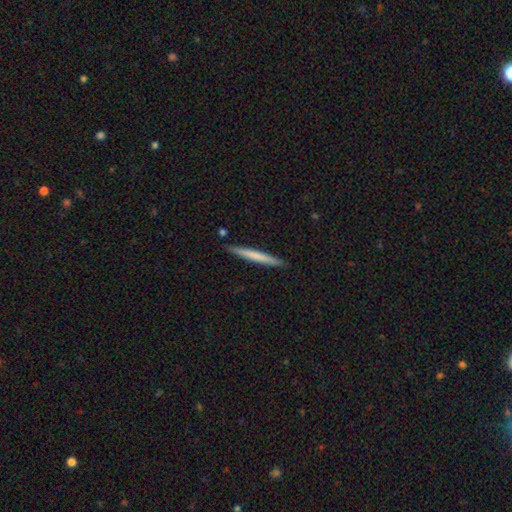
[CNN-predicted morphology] Smooth or featured?
  - smooth: 63% *
  - featured or disk: 32%
  - star or artifact: 5%
How rounded?
  - cigar-shaped: 97% *
  - in between: 2%
  - round: 1%
Merging?
  - none: 91% *
  - minor disturbance: 7%
  - merger: 1%
  - major disturbance: 1%